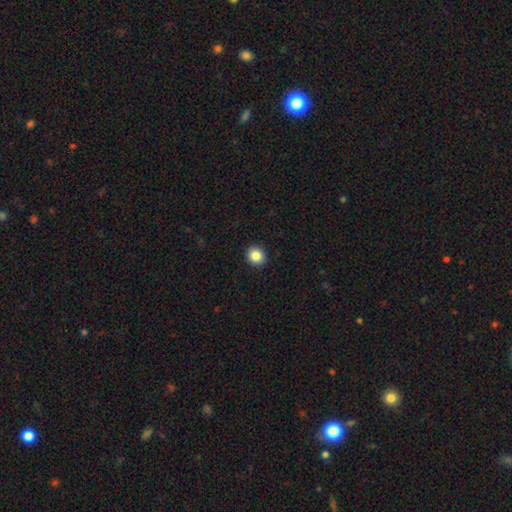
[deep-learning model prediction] A smooth galaxy with no disk features (86%) that is round (84%). Merging: none (93%).